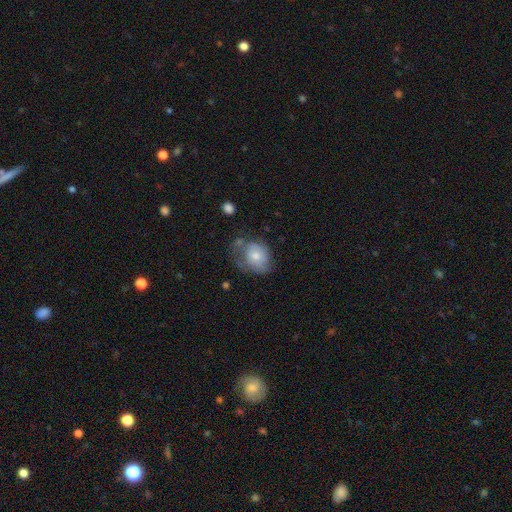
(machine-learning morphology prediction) A smooth galaxy with no disk features (64%) that is in between round and cigar-shaped (52%). Merging: none (36%).